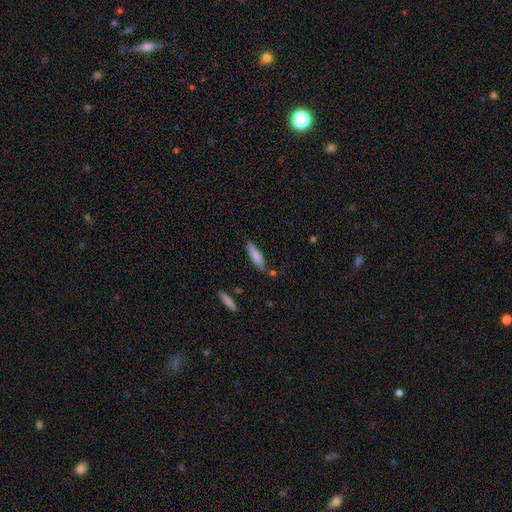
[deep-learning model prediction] Smooth or featured: smooth — 78% (featured or disk — 16%)
How rounded: cigar-shaped — 74% (in between — 25%)
Merging: none — 82% (minor disturbance — 12%)